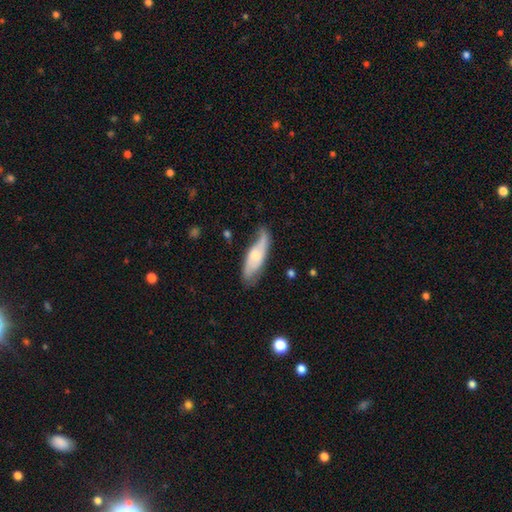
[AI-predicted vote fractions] The model was most divided on "smooth or featured": featured or disk: 52%, smooth: 42%, star or artifact: 6%. More confident: edge-on disk — no (74%); merging — none (61%).